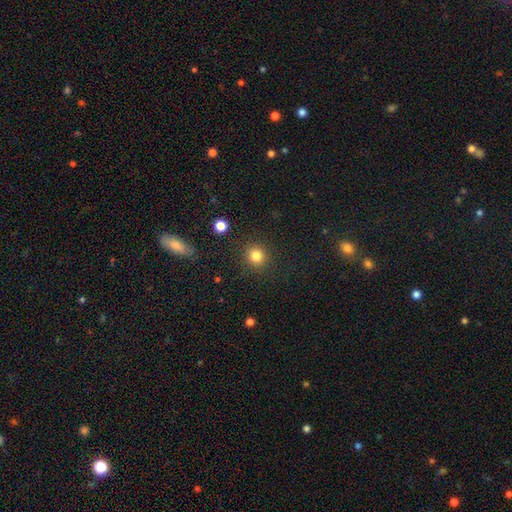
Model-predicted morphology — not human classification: Smooth or featured?
  - smooth: 83% *
  - star or artifact: 12%
  - featured or disk: 5%
How rounded?
  - round: 90% *
  - in between: 9%
  - cigar-shaped: 1%
Merging?
  - none: 90% *
  - minor disturbance: 6%
  - major disturbance: 3%
  - merger: 1%